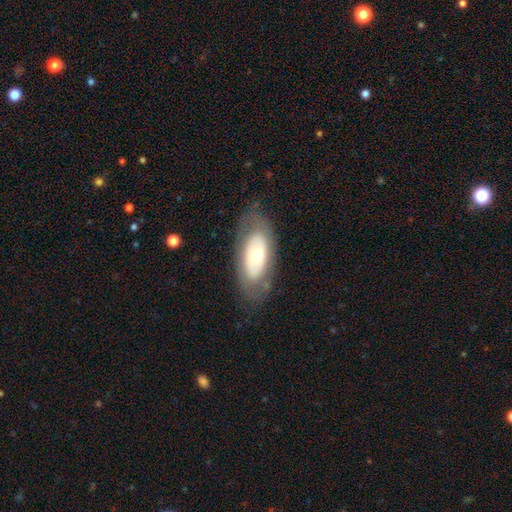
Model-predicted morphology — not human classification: The model was most divided on "smooth or featured": featured or disk: 49%, smooth: 44%, star or artifact: 7%. More confident: merging — none (76%).